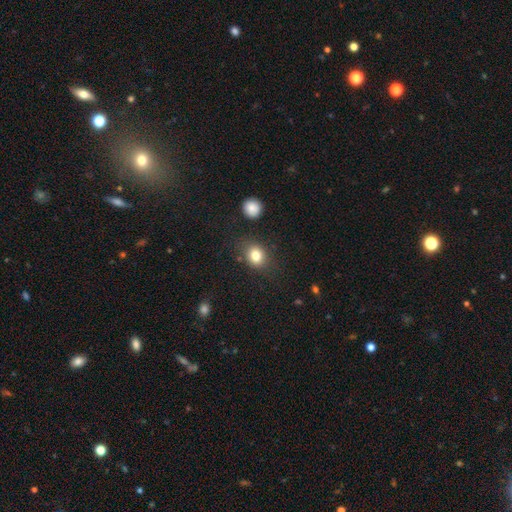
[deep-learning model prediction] A smooth galaxy with no disk features (81%) that is round (56%).

Vote fractions:
- Smooth or featured? smooth: 81% / star or artifact: 11% / featured or disk: 8%
- How rounded? round: 56% / in between: 43% / cigar-shaped: 1%
- Merging? none: 77% / minor disturbance: 14% / major disturbance: 5% / merger: 3%